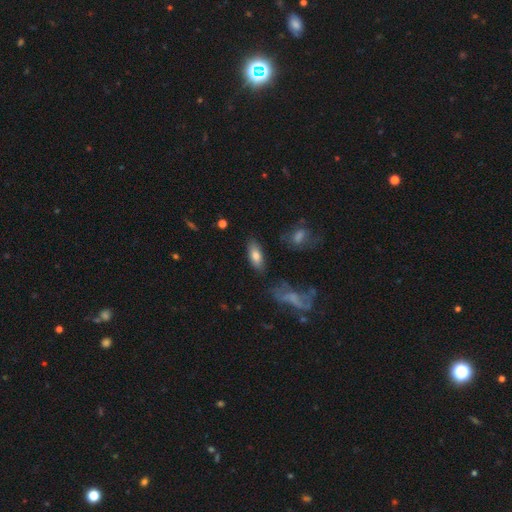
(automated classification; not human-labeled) This is likely a smooth galaxy (75%). How rounded: likely in between (80%). Merging: clearly none (80%).